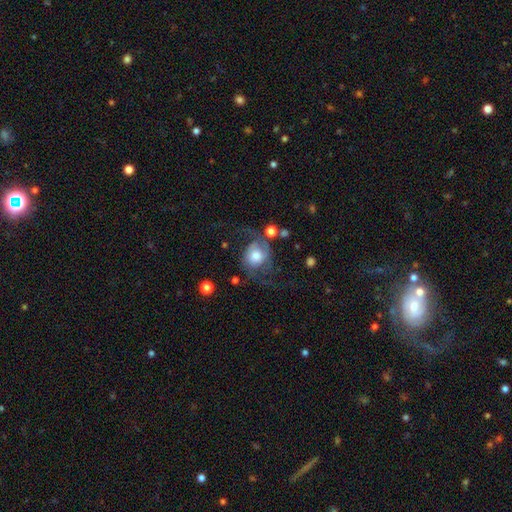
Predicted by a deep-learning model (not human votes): This is likely a featured or disk galaxy (66%). It is clearly not viewed edge-on (97%). Bar: likely no (73%). Spiral arm pattern: clearly yes (89%). Spiral arm count: likely 2 (69%). Spiral winding: possibly loose (46%). Central bulge: possibly moderate (50%). Merging: marginally none (43%).